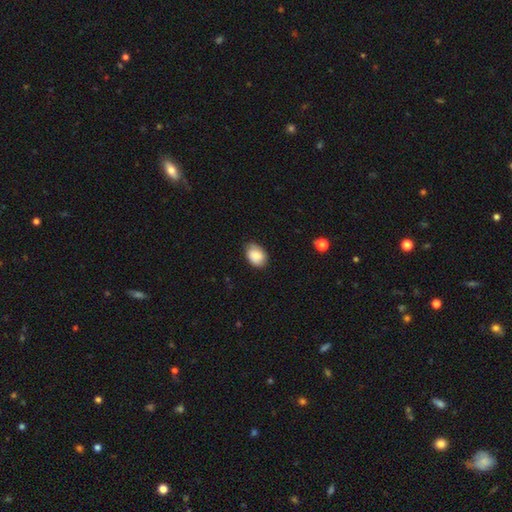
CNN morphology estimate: This is clearly a smooth galaxy (84%). How rounded: likely in between (80%). Merging: clearly none (81%).